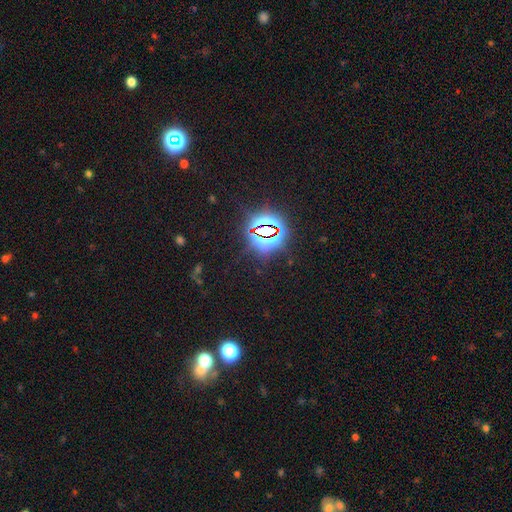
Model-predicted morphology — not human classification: A star or artifact, not a galaxy (81%).